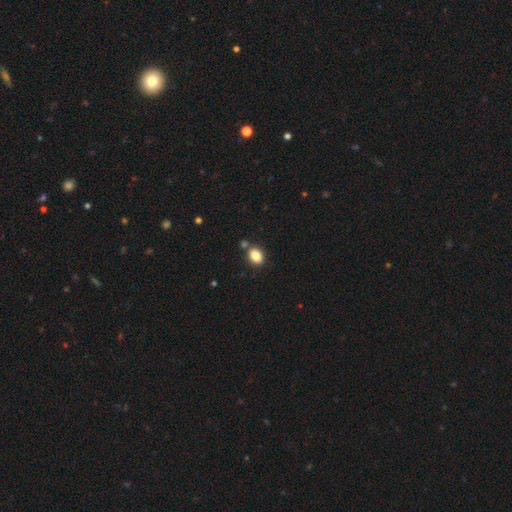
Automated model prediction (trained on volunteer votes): Smooth or featured: smooth — 85% (star or artifact — 9%)
How rounded: in between — 71% (round — 28%)
Merging: none — 77% (minor disturbance — 10%)